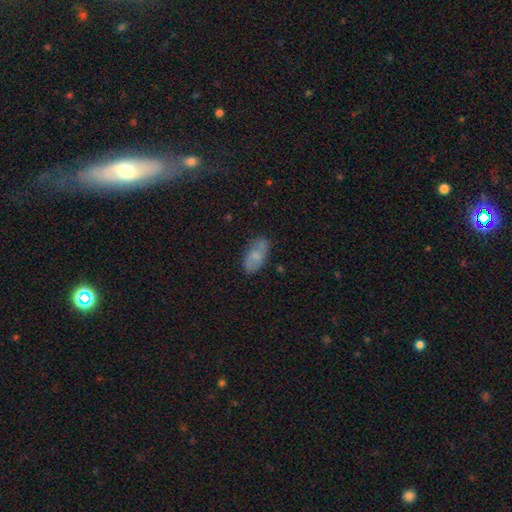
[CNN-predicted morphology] Smooth or featured?
  - smooth: 70% *
  - featured or disk: 23%
  - star or artifact: 8%
How rounded?
  - in between: 92% *
  - cigar-shaped: 4%
  - round: 4%
Merging?
  - none: 74% *
  - minor disturbance: 19%
  - major disturbance: 4%
  - merger: 3%